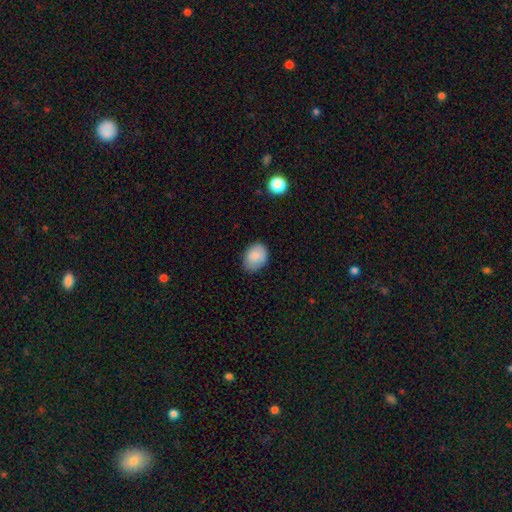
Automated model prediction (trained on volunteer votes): smooth-or-featured: smooth: 85% | featured or disk: 8% | star or artifact: 8%
  how-rounded: in between: 72% | round: 27% | cigar-shaped: 1%
  merging: none: 75% | minor disturbance: 20% | major disturbance: 4% | merger: 1%